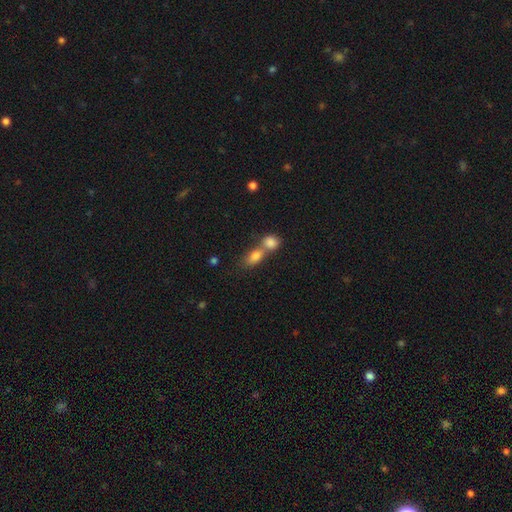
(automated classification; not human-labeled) Q: Smooth or featured?
A: smooth (80%); runner-up: featured or disk (11%)
Q: How rounded?
A: in between (74%); runner-up: round (21%)
Q: Merging?
A: merger (62%); runner-up: none (28%)